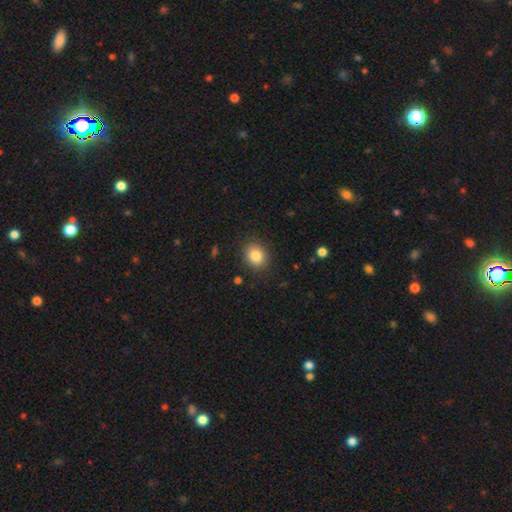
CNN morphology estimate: Smooth or featured? smooth (84%)
How rounded? round (60%)
Merging? none (88%)